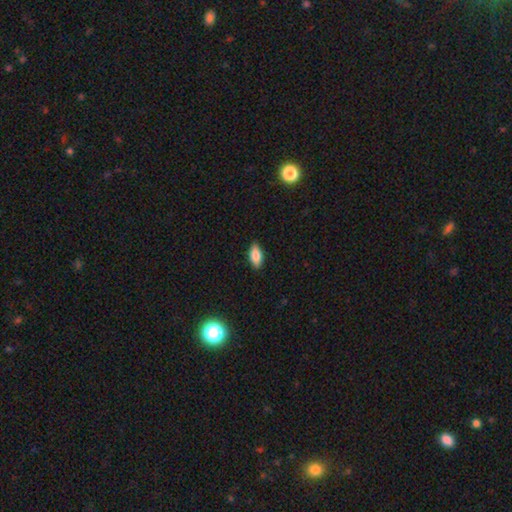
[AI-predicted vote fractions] smooth_or_featured: smooth (p=0.79) [alt: featured or disk p=0.14]
how_rounded: in between (p=0.85) [alt: cigar-shaped p=0.12]
merging: none (p=0.88) [alt: minor disturbance p=0.09]